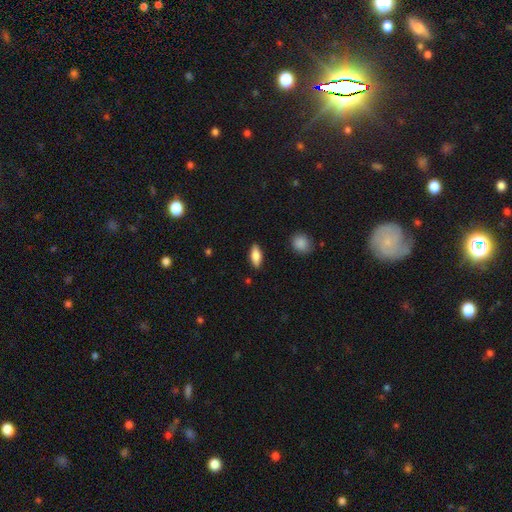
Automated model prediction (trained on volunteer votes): Overall: smooth (76%). How rounded: in between (76%). Merging: none (87%).